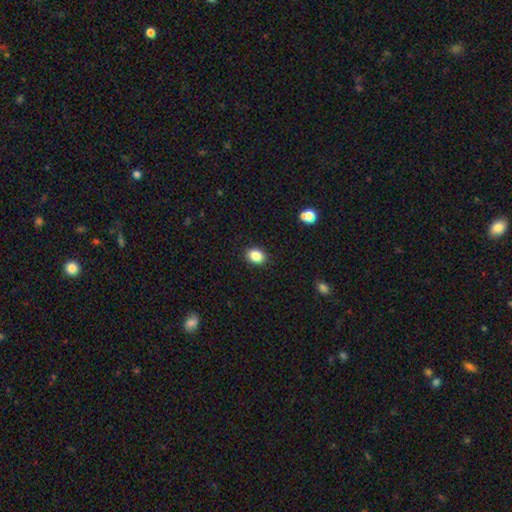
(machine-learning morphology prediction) Q: Smooth or featured?
A: smooth (86%); runner-up: star or artifact (10%)
Q: How rounded?
A: in between (59%); runner-up: round (40%)
Q: Merging?
A: none (90%); runner-up: minor disturbance (7%)